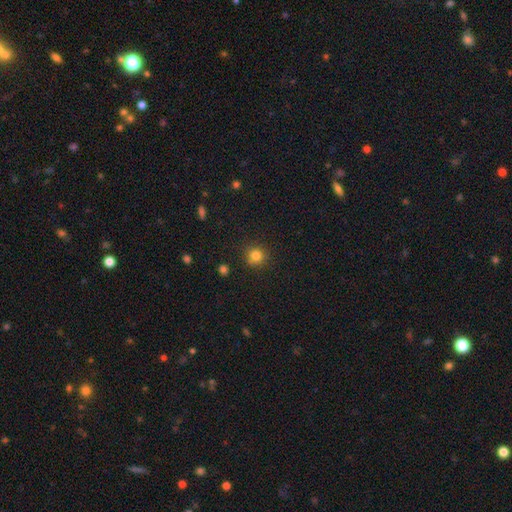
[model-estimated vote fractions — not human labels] A smooth galaxy with no disk features (81%) that is round (91%).

Vote fractions:
- Smooth or featured? smooth: 81% / star or artifact: 14% / featured or disk: 6%
- How rounded? round: 91% / in between: 8% / cigar-shaped: 1%
- Merging? none: 83% / minor disturbance: 9% / merger: 5% / major disturbance: 3%